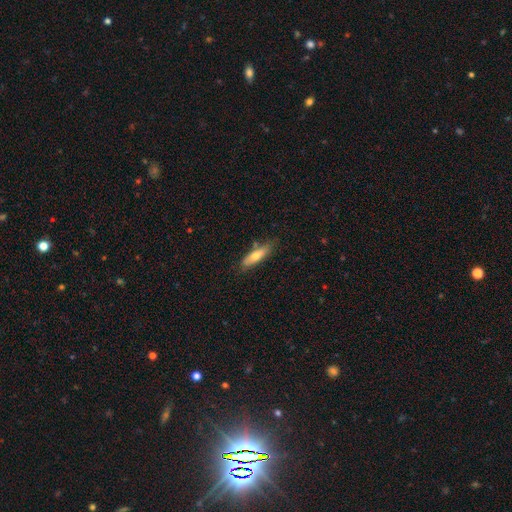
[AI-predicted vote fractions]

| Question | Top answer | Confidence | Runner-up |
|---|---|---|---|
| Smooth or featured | smooth | 62% | featured or disk (31%) |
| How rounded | cigar-shaped | 68% | in between (30%) |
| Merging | none | 78% | minor disturbance (16%) |